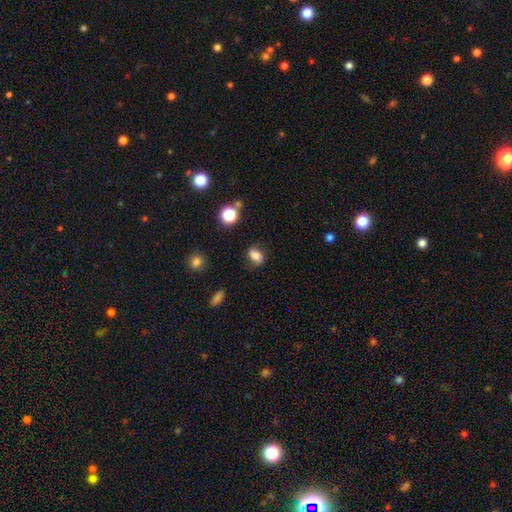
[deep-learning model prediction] Morphology: type=smooth (67%); roundness=in between (74%); merging=none (71%).